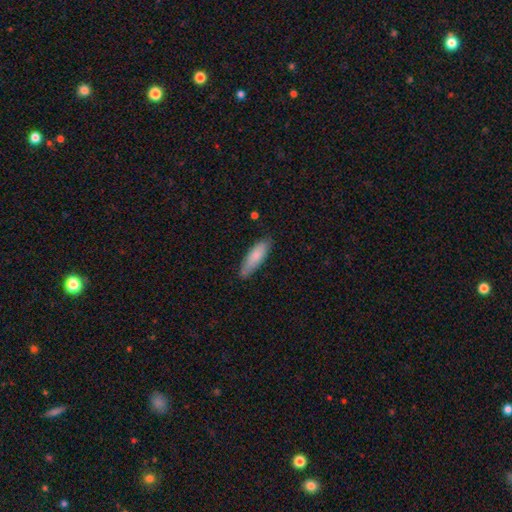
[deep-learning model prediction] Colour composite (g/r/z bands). It shows a smooth galaxy with no disk features (82%) that is cigar-shaped (55%). Merging: none (75%).